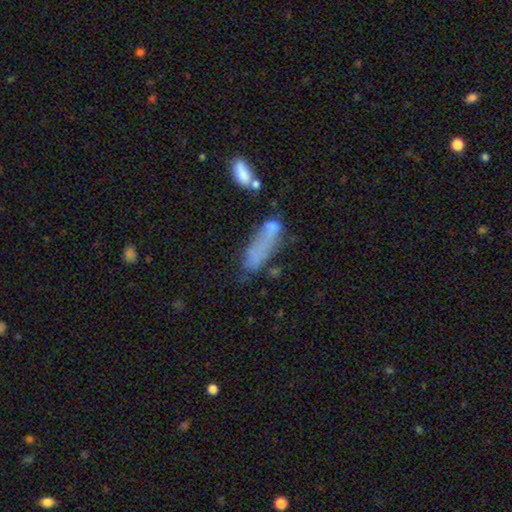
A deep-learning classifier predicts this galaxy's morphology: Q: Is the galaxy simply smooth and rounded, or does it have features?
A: smooth — 63%.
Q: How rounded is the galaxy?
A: in between — 54%.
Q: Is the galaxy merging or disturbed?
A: major disturbance — 30%.